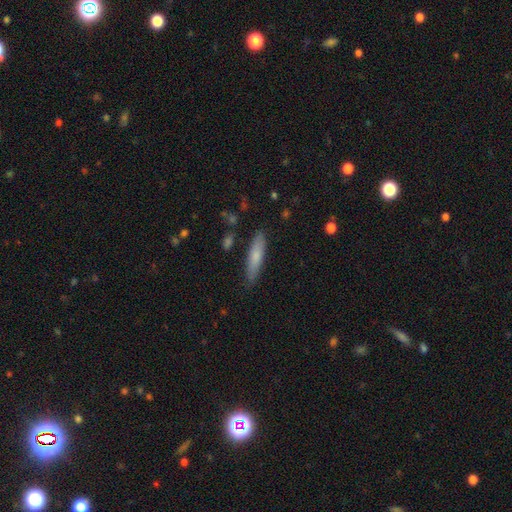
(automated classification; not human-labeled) smooth-or-featured: smooth: 74% | featured or disk: 20% | star or artifact: 6%
  how-rounded: cigar-shaped: 81% | in between: 17% | round: 2%
  merging: none: 84% | minor disturbance: 11% | major disturbance: 2% | merger: 2%